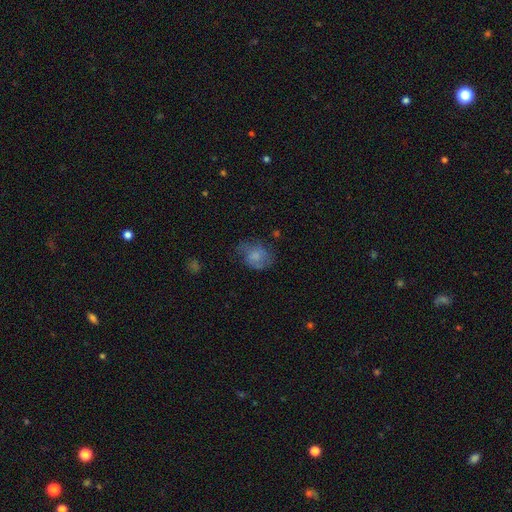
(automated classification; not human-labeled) Smooth or featured? Predicted: smooth (p=0.61). How rounded? Predicted: in between (p=0.56). Merging? Predicted: none (p=0.50).